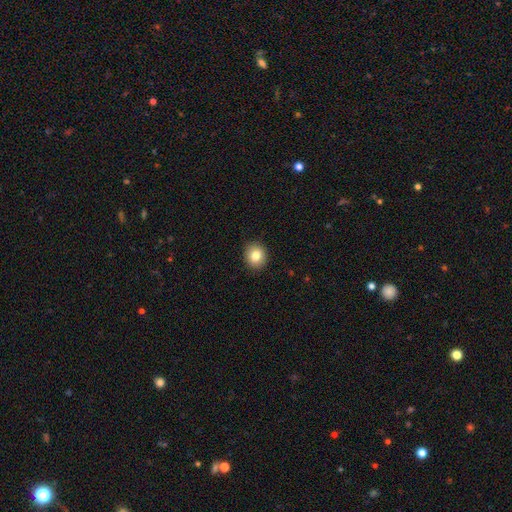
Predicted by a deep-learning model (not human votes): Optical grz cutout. It shows a smooth galaxy with no disk features (82%) that is round (76%). Merging: none (91%).